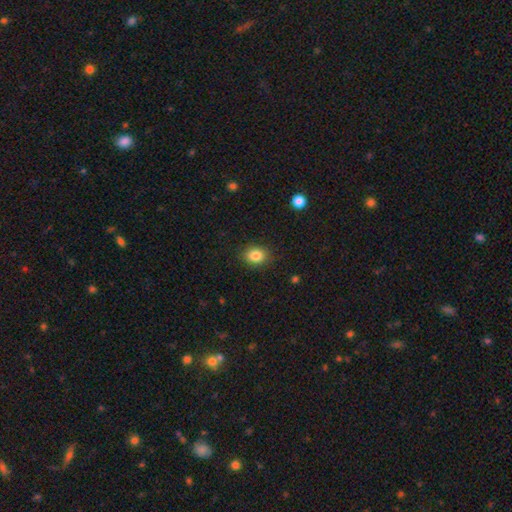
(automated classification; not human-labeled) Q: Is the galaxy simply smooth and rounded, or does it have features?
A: smooth — 85%.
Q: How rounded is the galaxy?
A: in between — 52%.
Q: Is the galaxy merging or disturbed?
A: none — 87%.